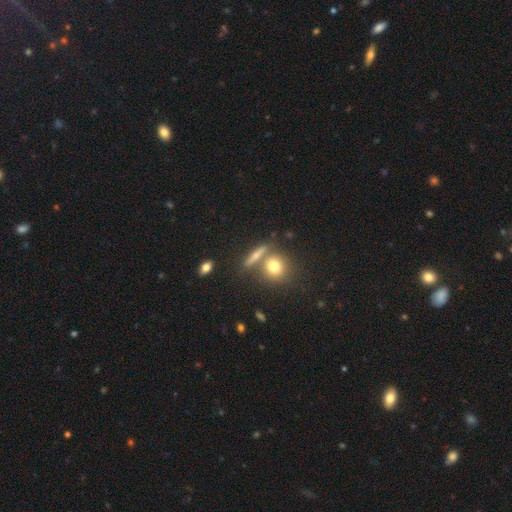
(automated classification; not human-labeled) This appears to be a smooth galaxy with no disk features (57%) that is round (41%). Merging: none (70%).